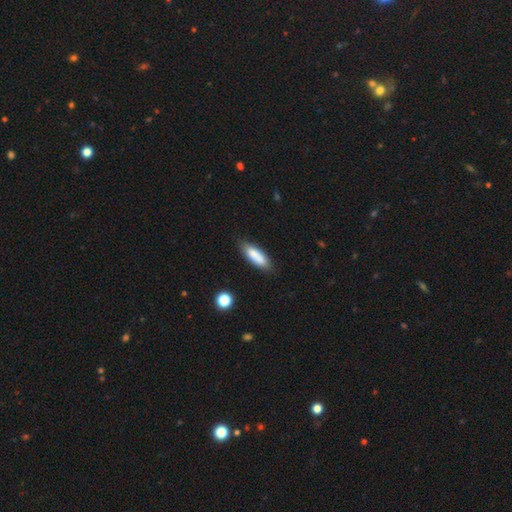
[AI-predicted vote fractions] smooth 84%, featured or disk 10%, star or artifact 6%. Down the decision tree: how rounded — in between (56%); merging — none (81%).